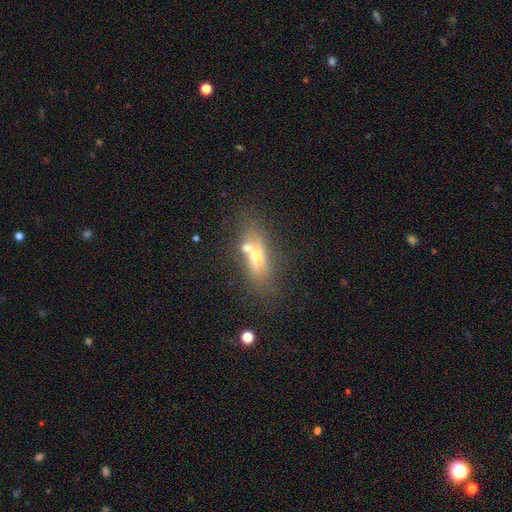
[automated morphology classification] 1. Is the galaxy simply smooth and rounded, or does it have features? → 48% smooth, 38% featured or disk, 14% star or artifact.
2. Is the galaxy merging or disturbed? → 52% none, 29% merger, 13% minor disturbance, 7% major disturbance.